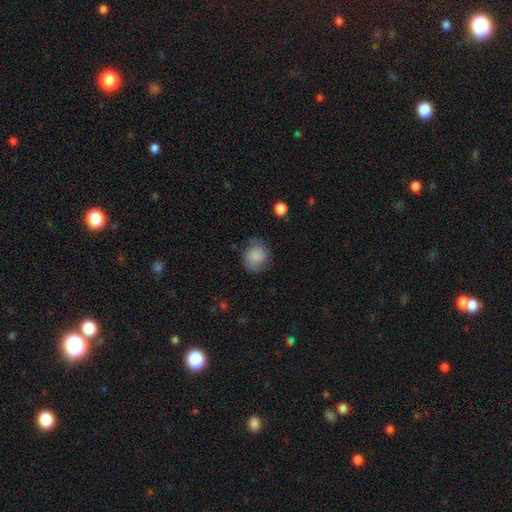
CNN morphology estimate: Smooth or featured: smooth — 80% (featured or disk — 12%)
How rounded: round — 77% (in between — 22%)
Merging: none — 70% (minor disturbance — 22%)